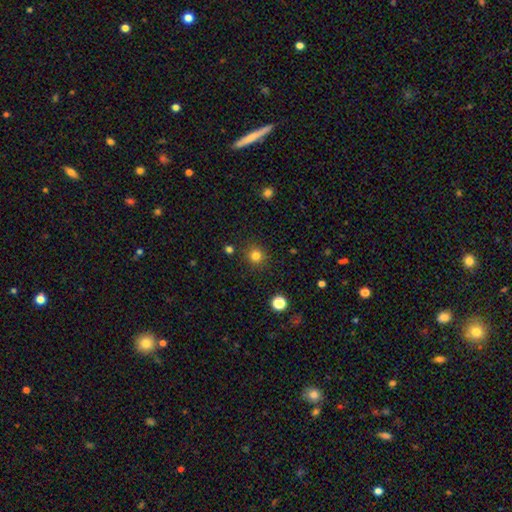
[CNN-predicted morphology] Q: Smooth or featured?
A: smooth (81%); runner-up: star or artifact (14%)
Q: How rounded?
A: round (93%); runner-up: in between (6%)
Q: Merging?
A: none (89%); runner-up: minor disturbance (7%)